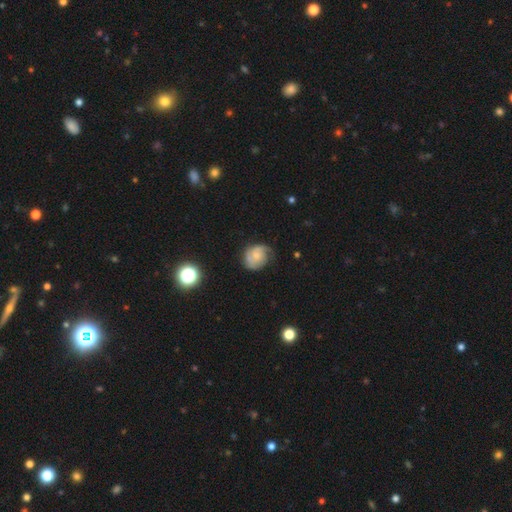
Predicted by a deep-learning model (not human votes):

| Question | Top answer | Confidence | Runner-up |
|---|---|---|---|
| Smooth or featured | featured or disk | 67% | smooth (25%) |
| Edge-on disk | no | 98% | yes (2%) |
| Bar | no | 68% | weak (28%) |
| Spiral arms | yes | 92% | no (8%) |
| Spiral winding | tight | 51% | medium (36%) |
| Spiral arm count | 2 | 55% | can't tell (20%) |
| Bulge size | small | 44% | moderate (26%) |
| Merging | none | 62% | minor disturbance (25%) |